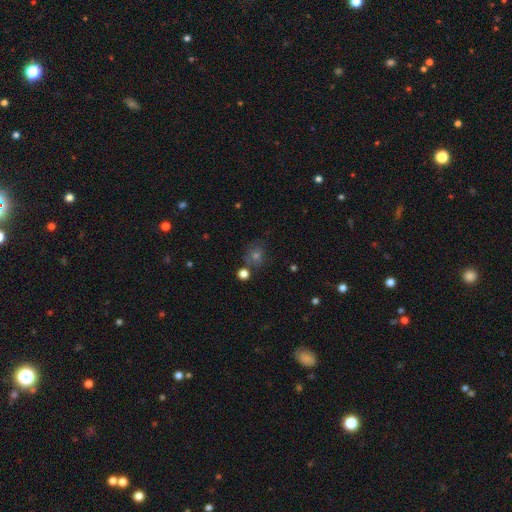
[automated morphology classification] Smooth or featured? Predicted: smooth (p=0.55). How rounded? Predicted: round (p=0.78). Merging? Predicted: none (p=0.72).